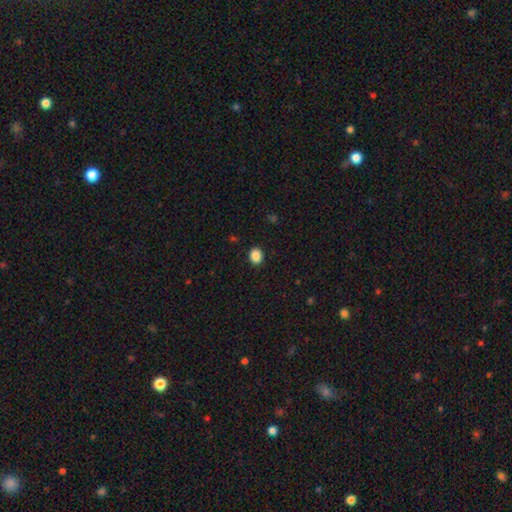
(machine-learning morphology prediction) This appears to be a smooth galaxy with no disk features (88%) that is round (57%). Merging: none (91%).